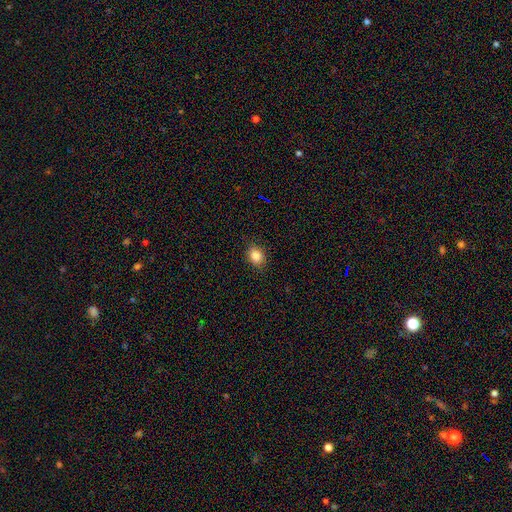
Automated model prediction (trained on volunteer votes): Smooth or featured?
  - smooth: 85% *
  - star or artifact: 10%
  - featured or disk: 5%
How rounded?
  - in between: 56% *
  - round: 43%
  - cigar-shaped: 1%
Merging?
  - none: 86% *
  - minor disturbance: 10%
  - major disturbance: 3%
  - merger: 1%